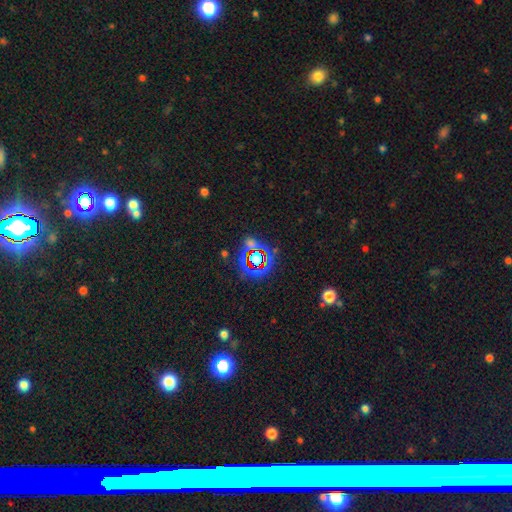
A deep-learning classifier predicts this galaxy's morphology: Smooth or featured: star or artifact — 78% (smooth — 13%)